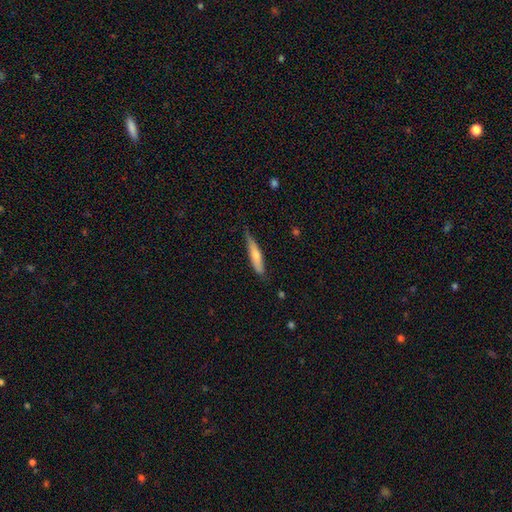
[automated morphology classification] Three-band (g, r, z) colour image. It shows a smooth galaxy with no disk features (64%) that is cigar-shaped (82%). Merging: none (67%).